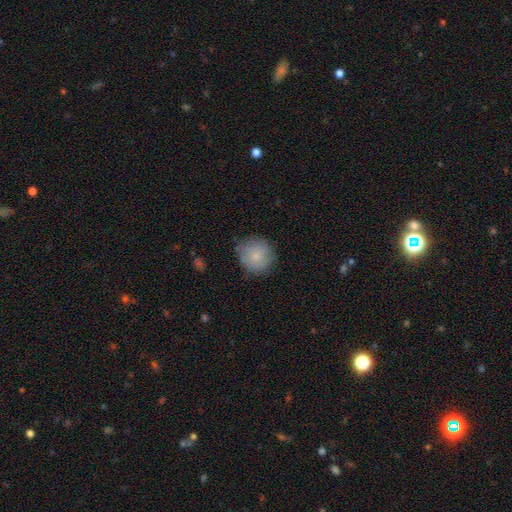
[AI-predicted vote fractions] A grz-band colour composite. It shows a smooth galaxy with no disk features (81%) that is round (92%). Merging: none (79%).